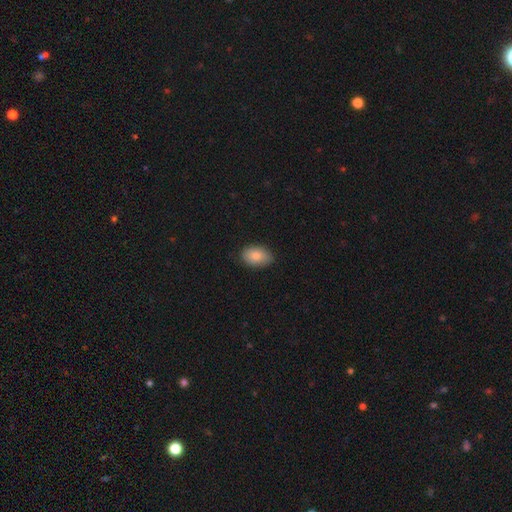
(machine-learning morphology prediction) type=smooth (82%); roundness=in between (87%); merging=none (85%).